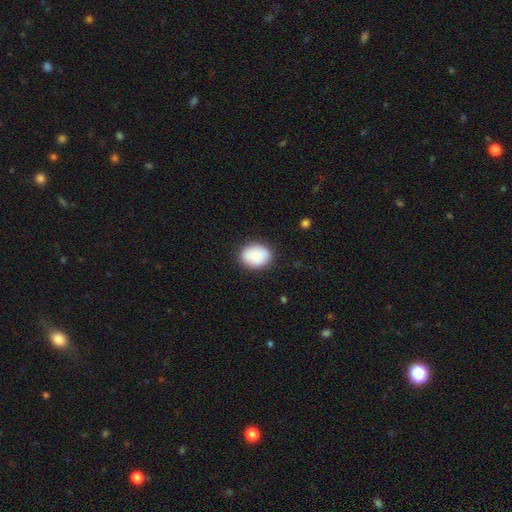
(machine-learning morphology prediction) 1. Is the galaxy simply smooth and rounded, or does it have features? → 89% smooth, 7% star or artifact, 5% featured or disk.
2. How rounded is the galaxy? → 56% in between, 43% round, 1% cigar-shaped.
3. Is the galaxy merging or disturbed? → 86% none, 10% minor disturbance, 3% major disturbance, 1% merger.